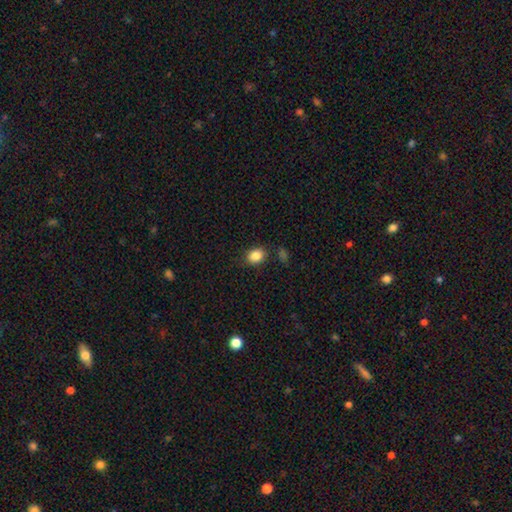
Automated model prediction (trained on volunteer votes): This appears to be a smooth galaxy with no disk features (86%) that is in between round and cigar-shaped (59%). Merging: none (81%).